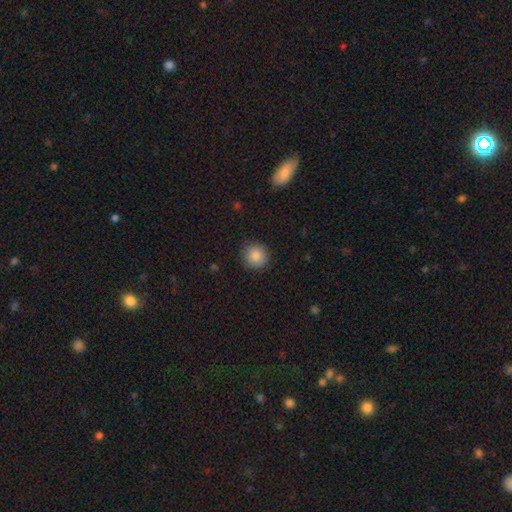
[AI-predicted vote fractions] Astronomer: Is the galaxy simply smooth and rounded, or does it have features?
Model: smooth — 87%.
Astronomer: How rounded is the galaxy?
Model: round — 94%.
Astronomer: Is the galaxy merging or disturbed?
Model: none — 89%.